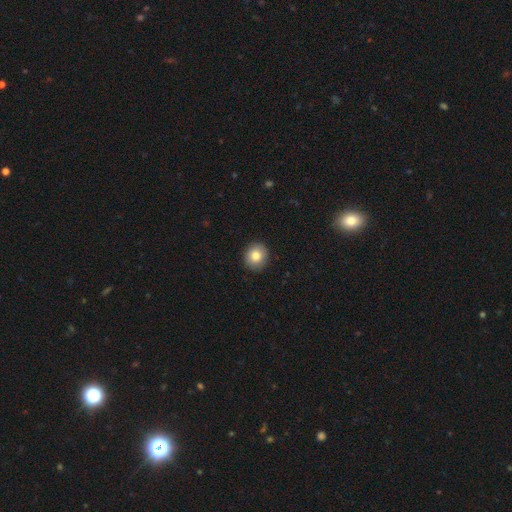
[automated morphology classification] This is clearly a smooth galaxy (82%). How rounded: clearly round (85%). Merging: clearly none (91%).